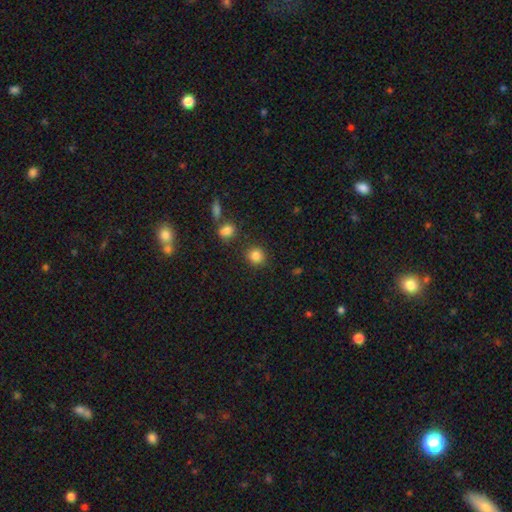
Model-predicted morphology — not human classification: Smooth or featured?
  - smooth: 84% *
  - star or artifact: 11%
  - featured or disk: 5%
How rounded?
  - round: 90% *
  - in between: 9%
  - cigar-shaped: 1%
Merging?
  - none: 86% *
  - minor disturbance: 7%
  - merger: 4%
  - major disturbance: 3%